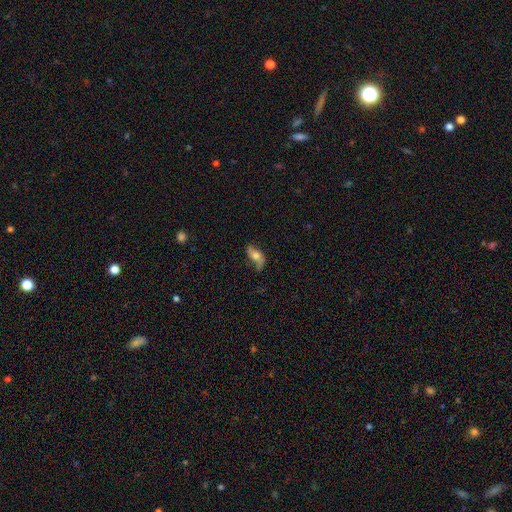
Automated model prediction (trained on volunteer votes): A featured or disk galaxy (54%).

Vote fractions:
- Smooth or featured? featured or disk: 54% / smooth: 38% / star or artifact: 8%
- Edge-on disk? no: 87% / yes: 13%
- Merging? none: 60% / minor disturbance: 25% / major disturbance: 13% / merger: 2%